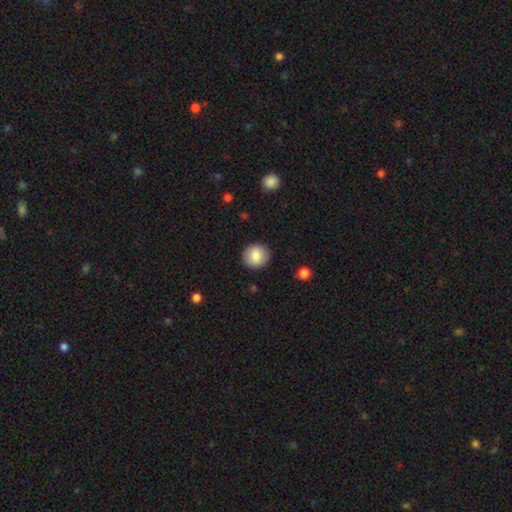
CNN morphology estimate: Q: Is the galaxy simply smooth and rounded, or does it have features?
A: smooth — 84%.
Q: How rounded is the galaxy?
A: round — 90%.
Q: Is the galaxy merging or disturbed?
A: none — 90%.